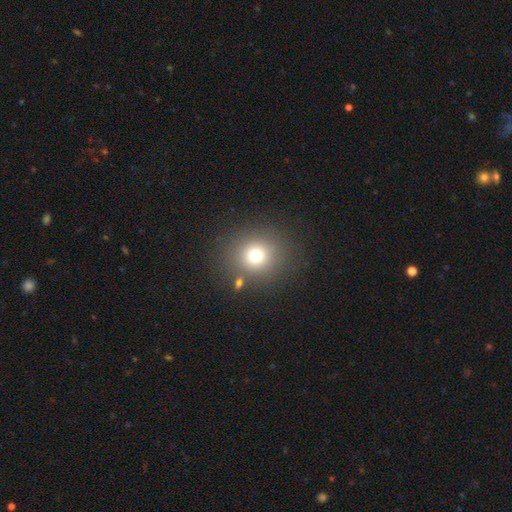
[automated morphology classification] smooth 72%, star or artifact 18%, featured or disk 11%. Down the decision tree: how rounded — round (88%); merging — none (82%).